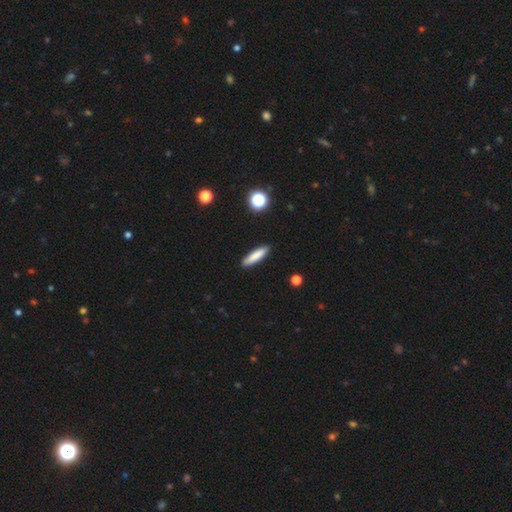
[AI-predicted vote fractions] A smooth galaxy with no disk features (82%) that is cigar-shaped (79%).

Vote fractions:
- Smooth or featured? smooth: 82% / featured or disk: 11% / star or artifact: 7%
- How rounded? cigar-shaped: 79% / in between: 19% / round: 2%
- Merging? none: 90% / minor disturbance: 7% / major disturbance: 2% / merger: 1%